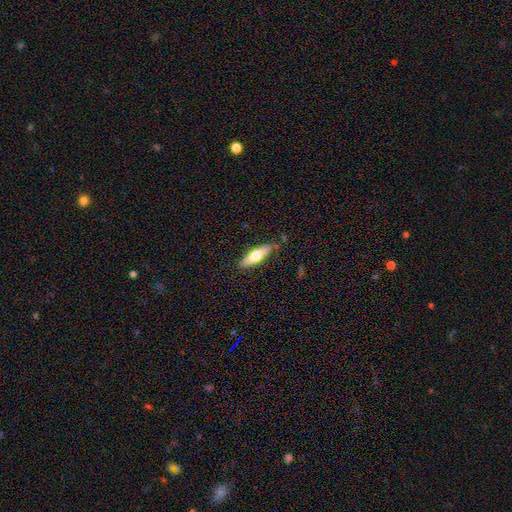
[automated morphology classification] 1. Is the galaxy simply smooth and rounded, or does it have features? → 57% smooth, 38% featured or disk, 6% star or artifact.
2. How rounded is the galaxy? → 61% cigar-shaped, 38% in between, 2% round.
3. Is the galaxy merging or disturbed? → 82% none, 13% minor disturbance, 3% major disturbance, 2% merger.